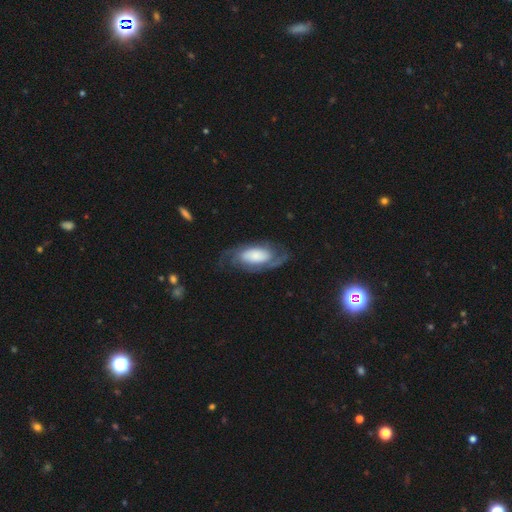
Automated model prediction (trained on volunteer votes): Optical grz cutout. It shows a featured or disk galaxy (70%) with no bar (69%), 2 (69%) medium (41%) spiral arms (91%) and a large central bulge (39%). Merging: none (64%).